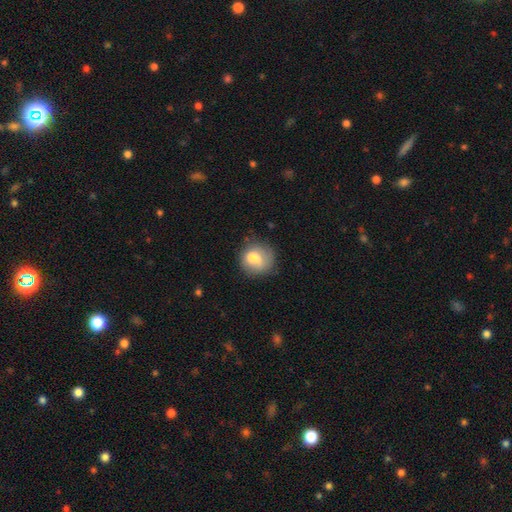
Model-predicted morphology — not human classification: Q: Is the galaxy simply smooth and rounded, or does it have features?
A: smooth — 70%.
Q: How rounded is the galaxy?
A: round — 84%.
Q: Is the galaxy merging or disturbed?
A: none — 62%.